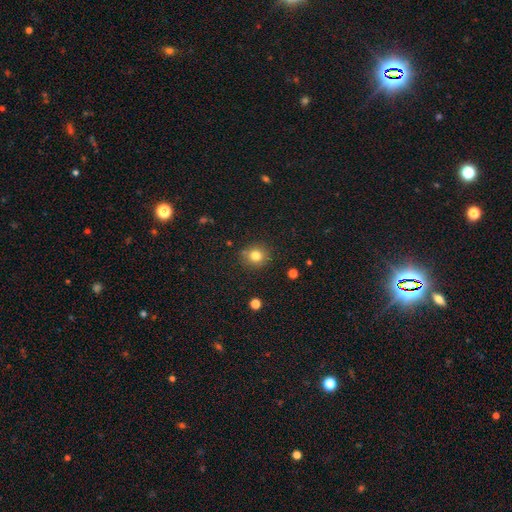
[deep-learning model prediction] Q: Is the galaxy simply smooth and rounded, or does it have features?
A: smooth — 80%.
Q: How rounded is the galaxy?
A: round — 84%.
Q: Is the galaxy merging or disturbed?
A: none — 84%.